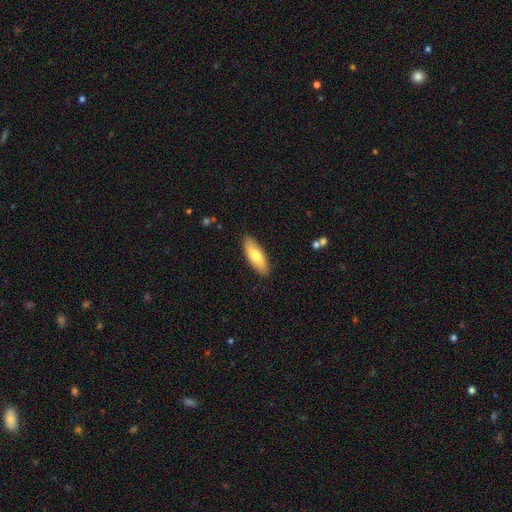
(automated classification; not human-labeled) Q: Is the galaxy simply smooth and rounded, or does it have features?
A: smooth — 73%.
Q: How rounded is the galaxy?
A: in between — 66%.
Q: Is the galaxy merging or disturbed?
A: none — 88%.